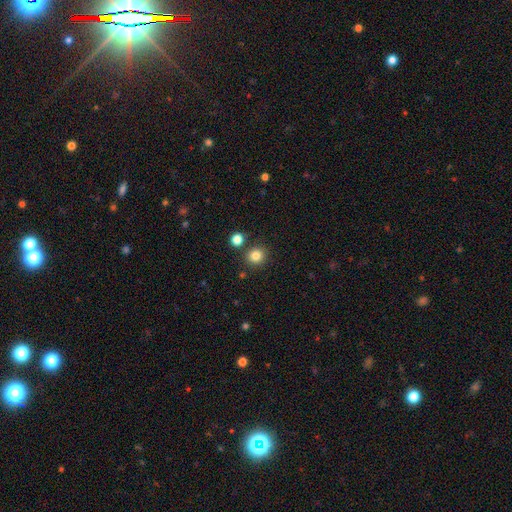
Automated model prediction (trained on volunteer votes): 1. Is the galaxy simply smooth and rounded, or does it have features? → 82% smooth, 13% star or artifact, 5% featured or disk.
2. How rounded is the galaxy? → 89% round, 10% in between, 1% cigar-shaped.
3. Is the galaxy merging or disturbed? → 84% none, 7% minor disturbance, 6% merger, 2% major disturbance.